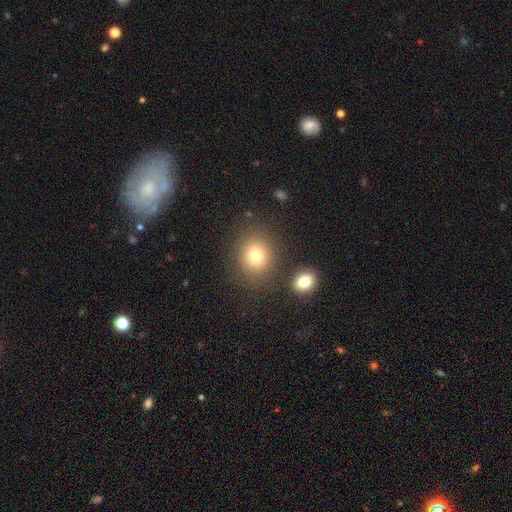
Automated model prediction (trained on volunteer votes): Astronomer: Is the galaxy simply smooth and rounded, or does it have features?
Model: smooth — 76%.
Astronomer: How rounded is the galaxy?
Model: round — 78%.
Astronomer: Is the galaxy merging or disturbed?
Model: none — 81%.